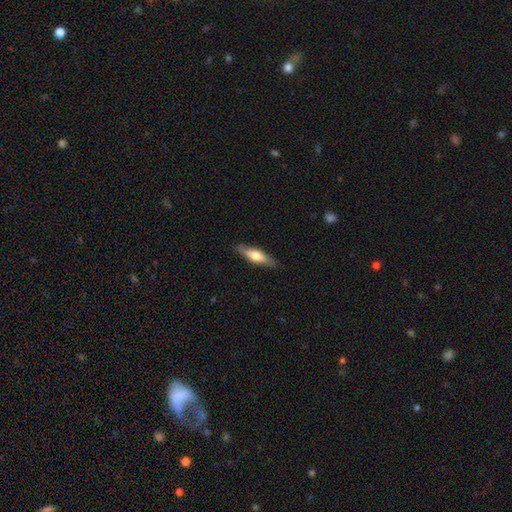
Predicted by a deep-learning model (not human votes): Morphology: type=smooth (51%); roundness=cigar-shaped (60%); merging=none (85%).